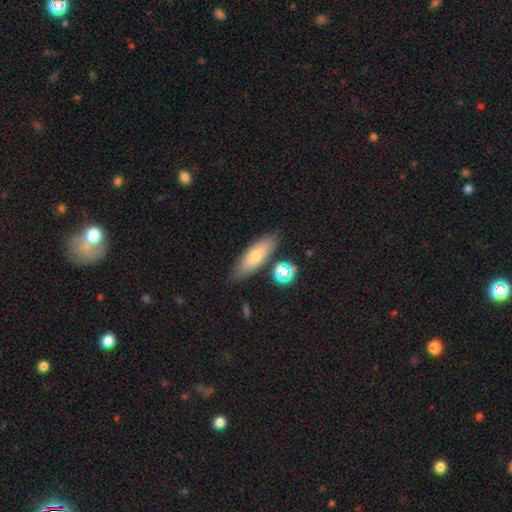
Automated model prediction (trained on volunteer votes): smooth_or_featured: smooth (p=0.69) [alt: featured or disk p=0.23]
how_rounded: in between (p=0.51) [alt: cigar-shaped p=0.46]
merging: none (p=0.81) [alt: minor disturbance p=0.12]